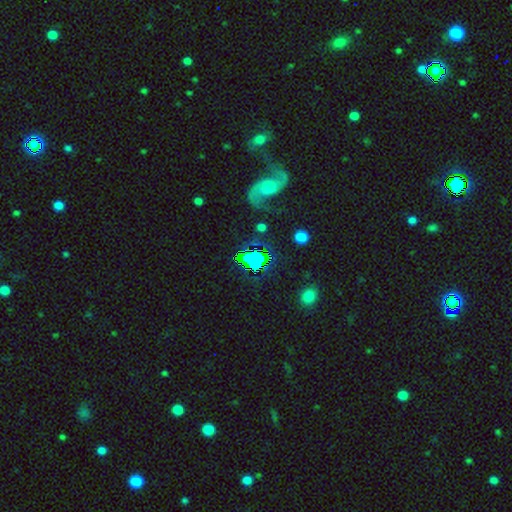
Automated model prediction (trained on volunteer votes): Smooth or featured? Predicted: star or artifact (p=0.53).